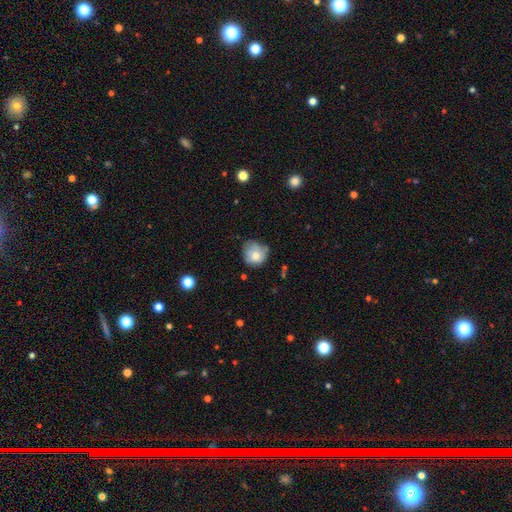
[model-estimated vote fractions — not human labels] Smooth or featured: smooth — 71% (featured or disk — 20%)
How rounded: round — 80% (in between — 19%)
Merging: none — 52% (minor disturbance — 33%)